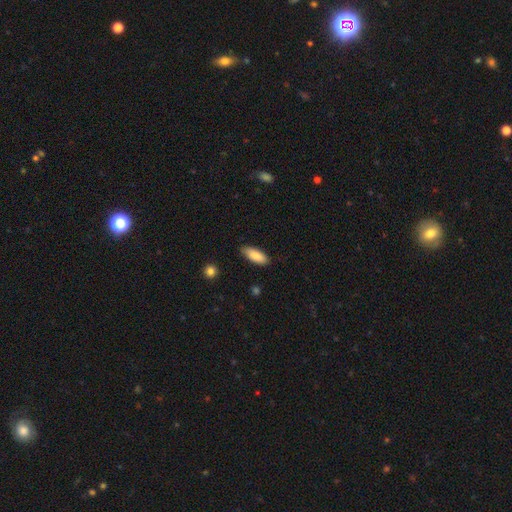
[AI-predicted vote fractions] Smooth or featured?
  - smooth: 86% *
  - featured or disk: 8%
  - star or artifact: 6%
How rounded?
  - in between: 73% *
  - cigar-shaped: 26%
  - round: 2%
Merging?
  - none: 81% *
  - minor disturbance: 16%
  - major disturbance: 2%
  - merger: 1%